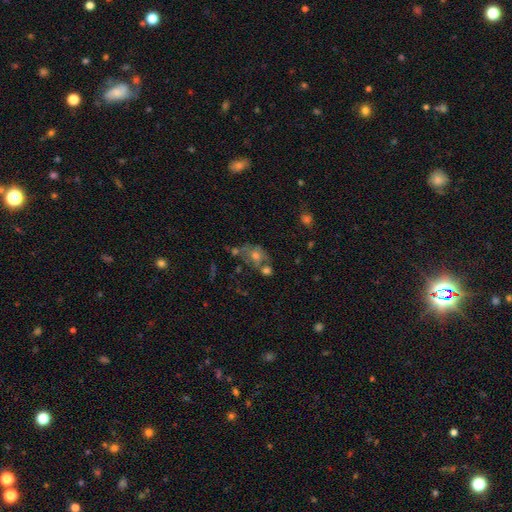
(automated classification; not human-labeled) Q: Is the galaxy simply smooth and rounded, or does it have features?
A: smooth — 41%.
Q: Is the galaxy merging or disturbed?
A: none — 39%.